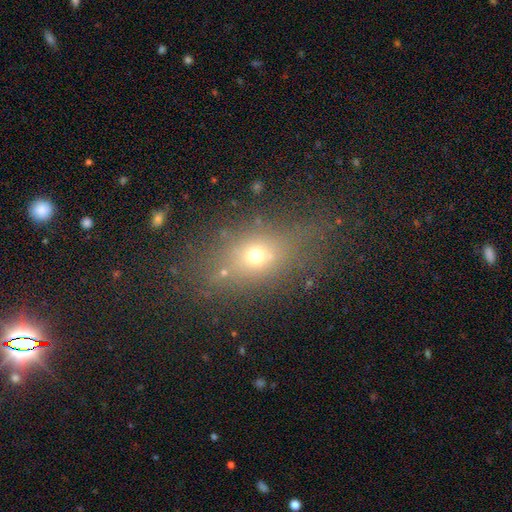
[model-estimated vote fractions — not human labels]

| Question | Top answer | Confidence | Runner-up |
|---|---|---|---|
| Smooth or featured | smooth | 58% | featured or disk (22%) |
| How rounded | in between | 60% | round (28%) |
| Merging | none | 70% | minor disturbance (16%) |